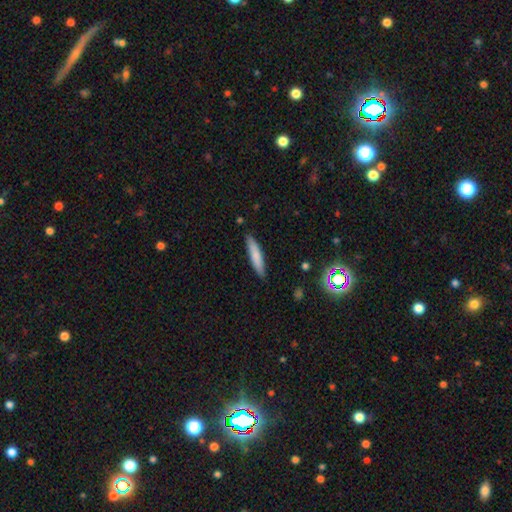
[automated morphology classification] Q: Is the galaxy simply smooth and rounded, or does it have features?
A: smooth — 79%.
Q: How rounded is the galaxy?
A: cigar-shaped — 85%.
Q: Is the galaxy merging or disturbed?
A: none — 88%.